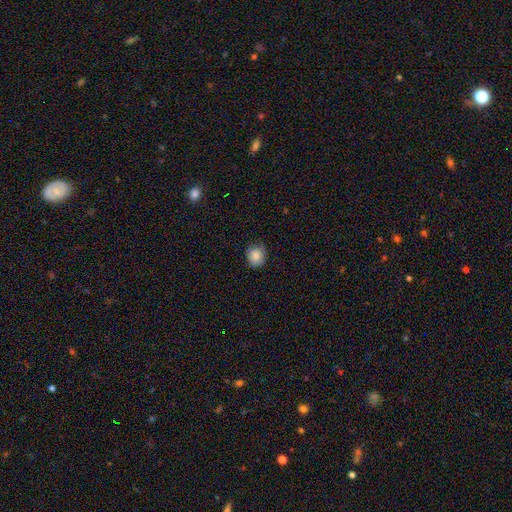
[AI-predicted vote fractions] This is clearly a smooth galaxy (85%). How rounded: clearly round (81%). Merging: likely none (77%).